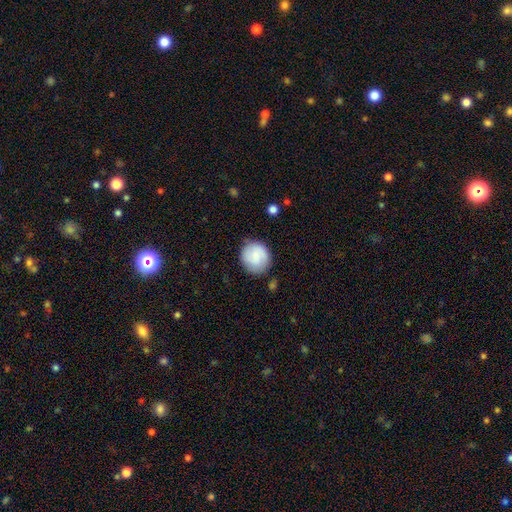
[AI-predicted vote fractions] smooth-or-featured: smooth: 81% | featured or disk: 13% | star or artifact: 7%
  how-rounded: round: 86% | in between: 13% | cigar-shaped: 1%
  merging: none: 79% | minor disturbance: 15% | major disturbance: 4% | merger: 2%